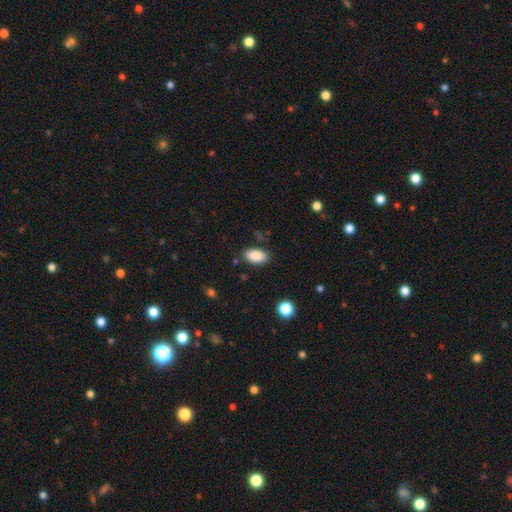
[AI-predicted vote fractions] smooth-or-featured: smooth: 87% | star or artifact: 7% | featured or disk: 6%
  how-rounded: in between: 93% | round: 4% | cigar-shaped: 3%
  merging: none: 84% | minor disturbance: 11% | major disturbance: 3% | merger: 2%